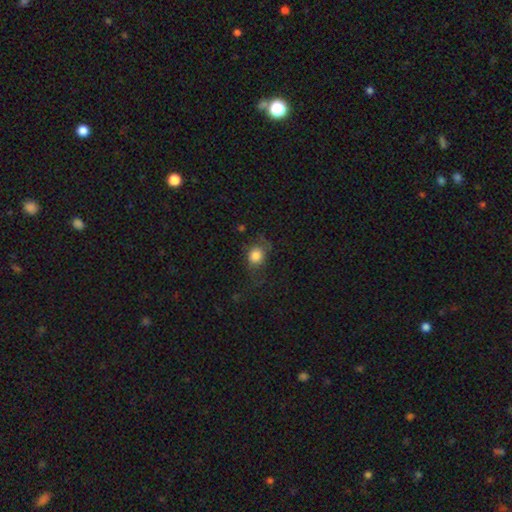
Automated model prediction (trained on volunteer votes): smooth 80%, star or artifact 10%, featured or disk 10%. Down the decision tree: how rounded — round (68%); merging — none (55%).